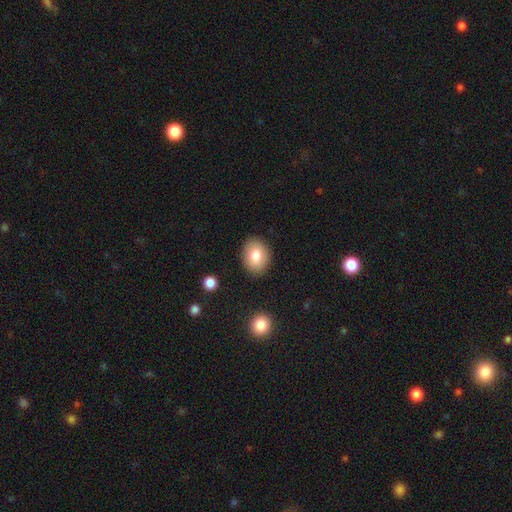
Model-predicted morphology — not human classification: smooth-or-featured: smooth: 81% | featured or disk: 11% | star or artifact: 8%
  how-rounded: in between: 55% | round: 44% | cigar-shaped: 1%
  merging: none: 87% | minor disturbance: 9% | major disturbance: 2% | merger: 2%